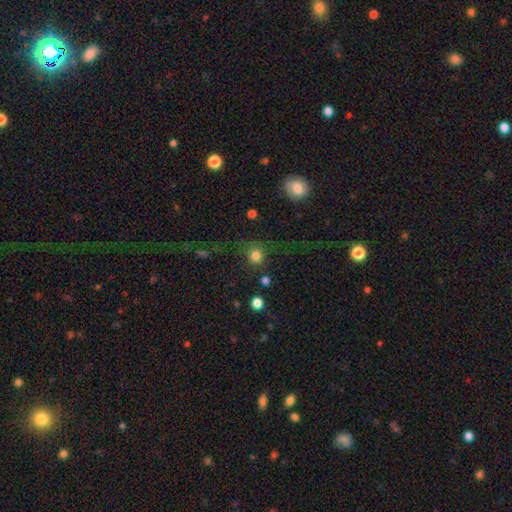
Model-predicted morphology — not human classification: The model was most divided on "smooth or featured": smooth: 81%, star or artifact: 14%, featured or disk: 5%. More confident: how rounded — round (93%); merging — none (83%).